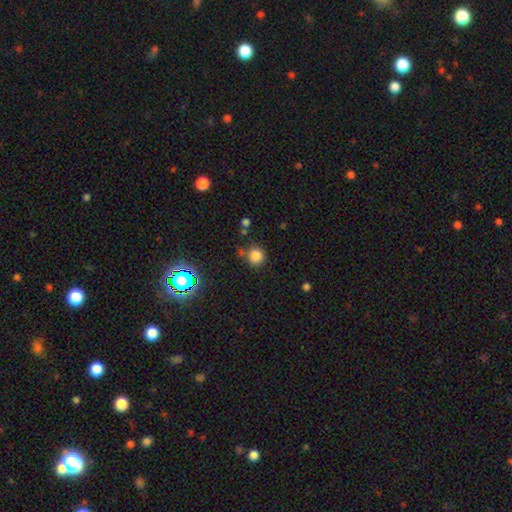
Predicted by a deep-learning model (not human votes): A smooth galaxy with no disk features (80%) that is round (91%).

Vote fractions:
- Smooth or featured? smooth: 80% / star or artifact: 15% / featured or disk: 5%
- How rounded? round: 91% / in between: 8% / cigar-shaped: 1%
- Merging? none: 76% / minor disturbance: 13% / merger: 7% / major disturbance: 4%